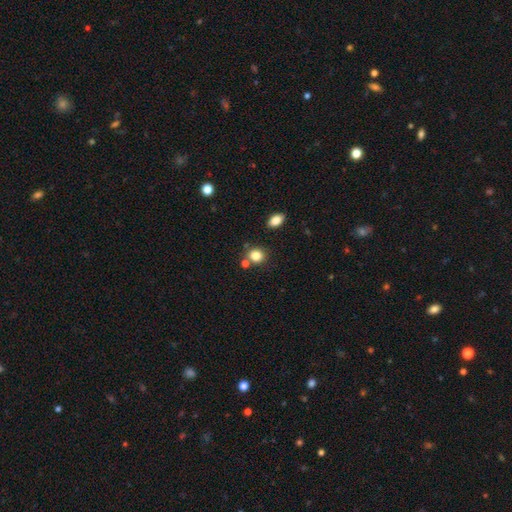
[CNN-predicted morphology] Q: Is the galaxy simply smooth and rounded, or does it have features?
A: smooth — 82%.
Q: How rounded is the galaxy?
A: round — 76%.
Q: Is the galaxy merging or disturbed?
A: none — 75%.